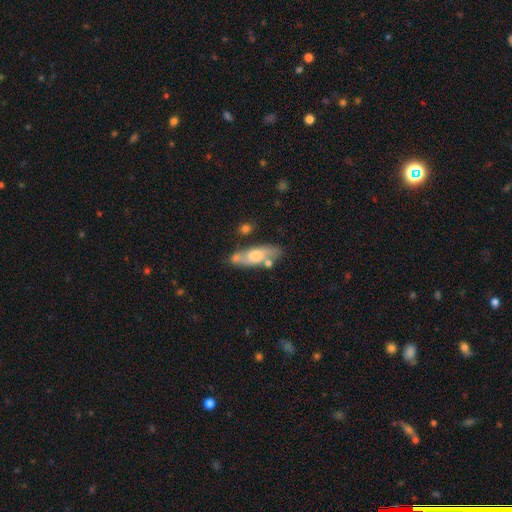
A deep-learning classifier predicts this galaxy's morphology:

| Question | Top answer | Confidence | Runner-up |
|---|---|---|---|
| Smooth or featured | smooth | 53% | featured or disk (41%) |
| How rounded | in between | 59% | cigar-shaped (38%) |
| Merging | none | 63% | minor disturbance (18%) |